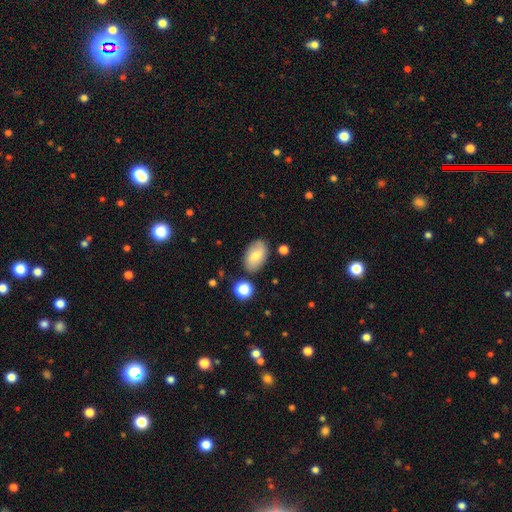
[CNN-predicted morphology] smooth_or_featured: smooth (p=0.71) [alt: featured or disk p=0.22]
how_rounded: in between (p=0.91) [alt: round p=0.07]
merging: none (p=0.81) [alt: minor disturbance p=0.12]